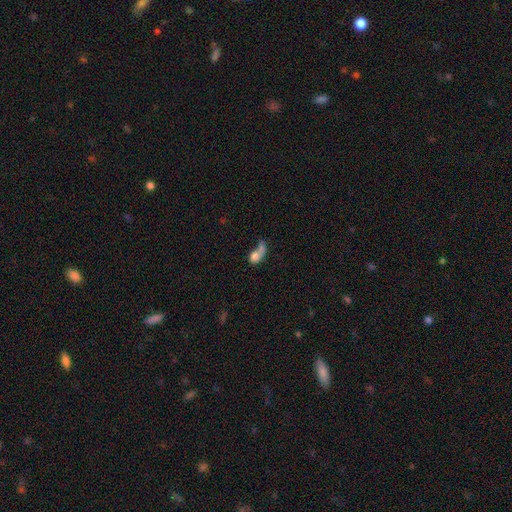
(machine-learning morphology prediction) smooth_or_featured: smooth (p=0.68) [alt: featured or disk p=0.22]
how_rounded: in between (p=0.58) [alt: round p=0.37]
merging: merger (p=0.44) [alt: major disturbance p=0.25]